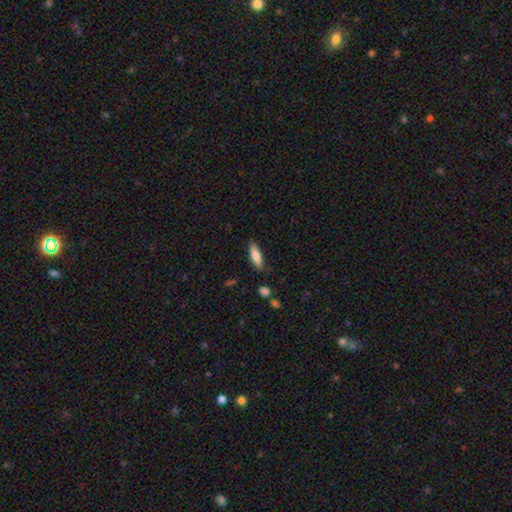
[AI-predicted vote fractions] The model was most divided on "how rounded": cigar-shaped: 52%, in between: 46%, round: 2%. More confident: merging — none (81%); smooth or featured — smooth (77%).